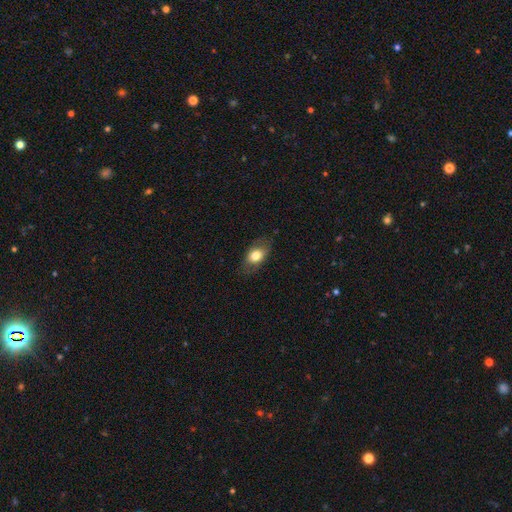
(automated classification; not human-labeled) Smooth or featured?
  - smooth: 74% *
  - featured or disk: 18%
  - star or artifact: 7%
How rounded?
  - in between: 86% *
  - round: 12%
  - cigar-shaped: 2%
Merging?
  - none: 78% *
  - minor disturbance: 16%
  - major disturbance: 5%
  - merger: 1%